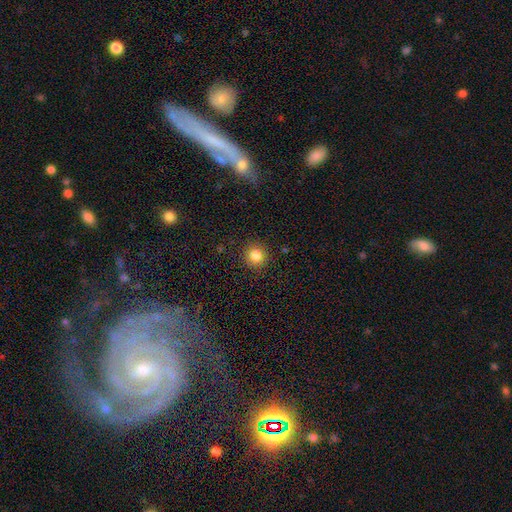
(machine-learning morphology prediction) This appears to be a smooth galaxy with no disk features (84%) that is round (92%). Merging: none (90%).